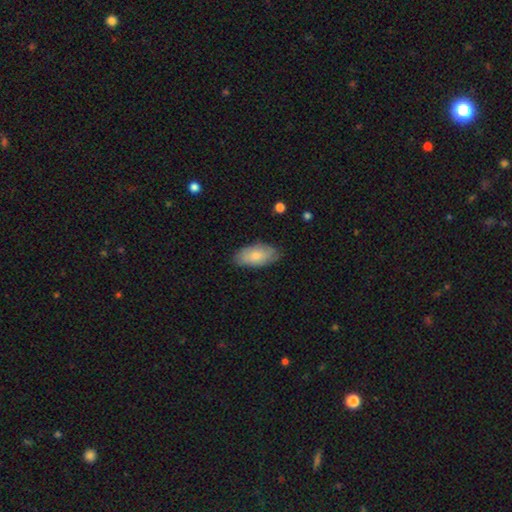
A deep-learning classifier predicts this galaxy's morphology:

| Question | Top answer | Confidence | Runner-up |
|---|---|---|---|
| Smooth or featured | smooth | 75% | featured or disk (19%) |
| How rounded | in between | 93% | cigar-shaped (4%) |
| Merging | none | 78% | minor disturbance (18%) |